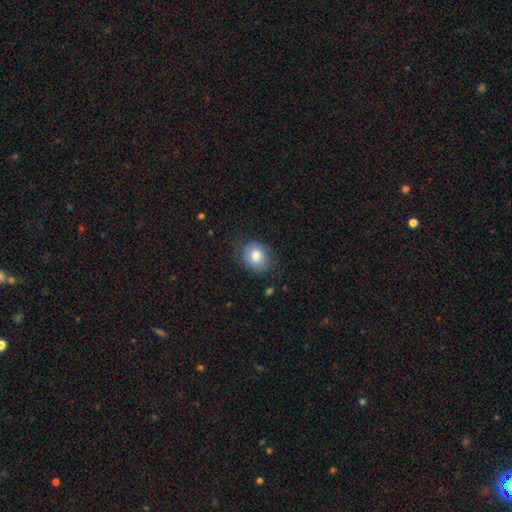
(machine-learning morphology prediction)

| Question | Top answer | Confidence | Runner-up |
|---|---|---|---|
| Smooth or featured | smooth | 77% | featured or disk (15%) |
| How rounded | round | 56% | in between (43%) |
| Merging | none | 73% | minor disturbance (19%) |